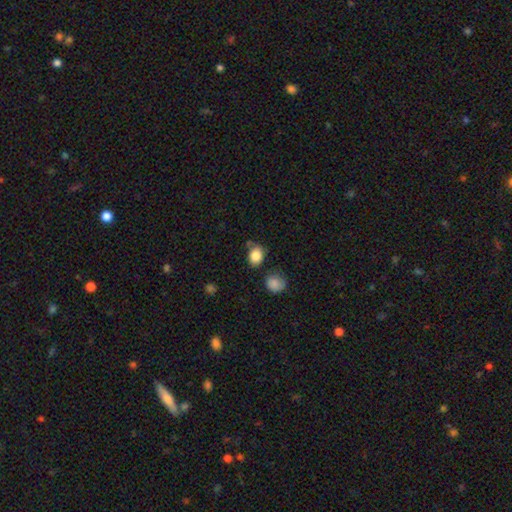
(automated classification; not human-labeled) Smooth or featured? smooth (85%)
How rounded? round (50%)
Merging? none (67%)